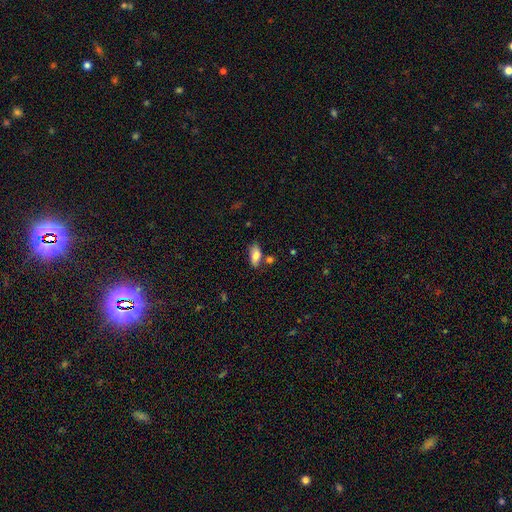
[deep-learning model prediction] Smooth or featured? Predicted: smooth (p=0.81). How rounded? Predicted: in between (p=0.85). Merging? Predicted: none (p=0.64).